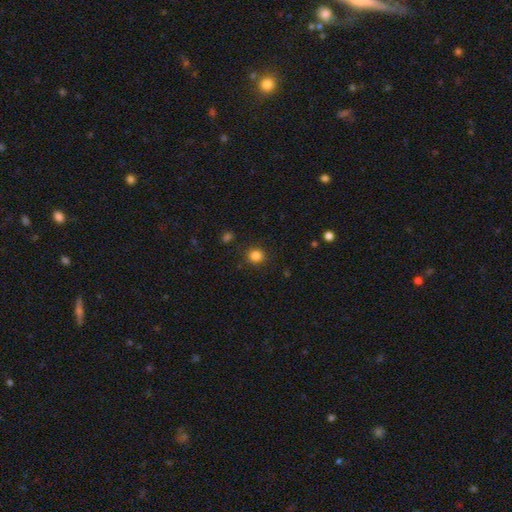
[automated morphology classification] This appears to be a smooth galaxy with no disk features (84%) that is round (88%). Merging: none (89%).